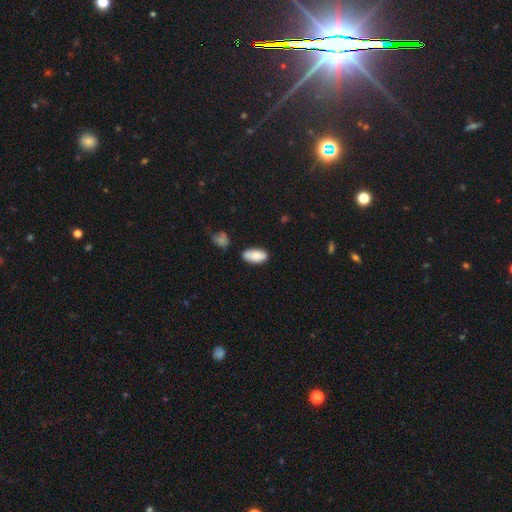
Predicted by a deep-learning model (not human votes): smooth_or_featured: smooth (p=0.84) [alt: featured or disk p=0.09]
how_rounded: in between (p=0.91) [alt: cigar-shaped p=0.07]
merging: none (p=0.75) [alt: minor disturbance p=0.17]